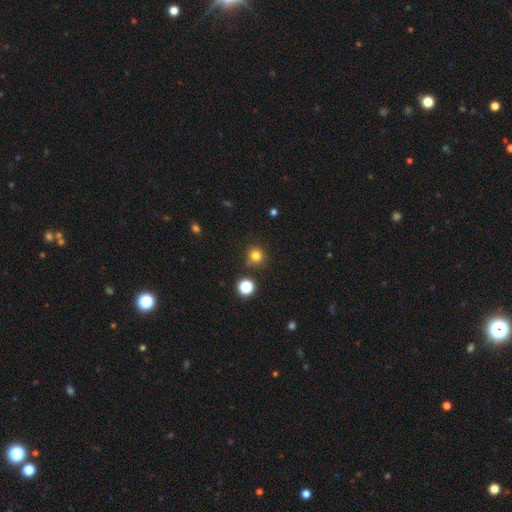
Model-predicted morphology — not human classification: Smooth or featured?
  - smooth: 79% *
  - star or artifact: 16%
  - featured or disk: 6%
How rounded?
  - round: 92% *
  - in between: 7%
  - cigar-shaped: 1%
Merging?
  - none: 82% *
  - minor disturbance: 10%
  - merger: 4%
  - major disturbance: 3%